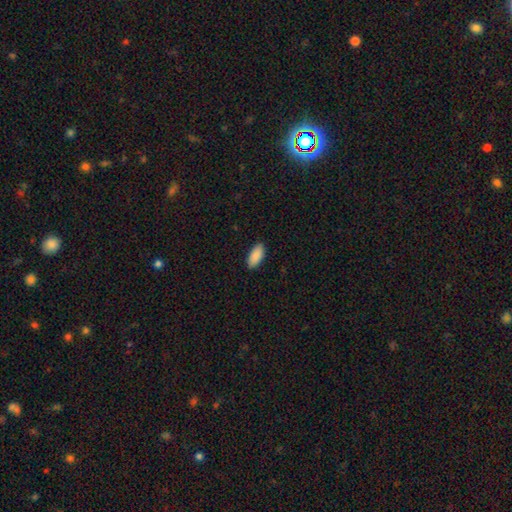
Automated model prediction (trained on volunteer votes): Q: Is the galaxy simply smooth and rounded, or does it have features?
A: smooth — 90%.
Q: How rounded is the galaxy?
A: in between — 89%.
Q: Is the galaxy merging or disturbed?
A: none — 89%.